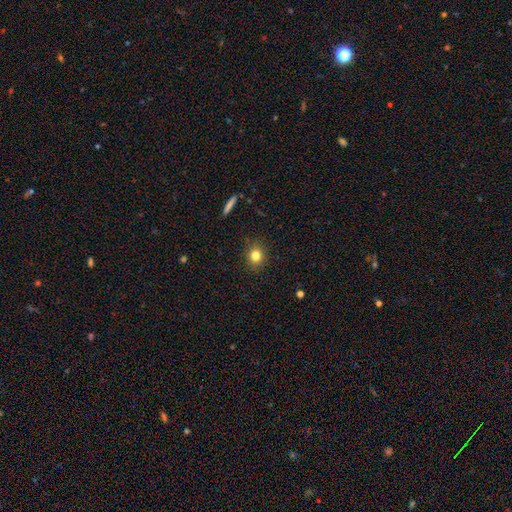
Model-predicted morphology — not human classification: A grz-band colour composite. It shows a smooth galaxy with no disk features (81%) that is round (75%). Merging: none (89%).